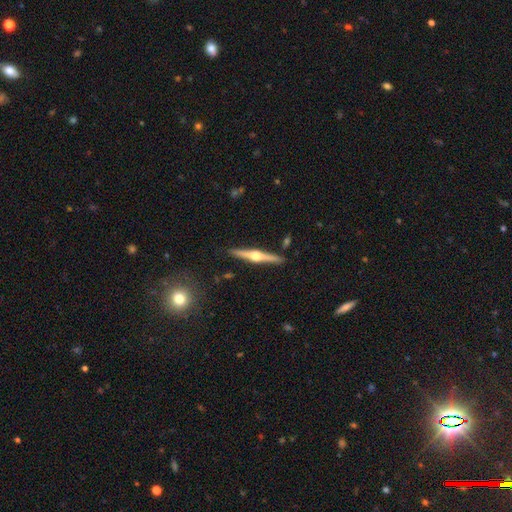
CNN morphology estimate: Smooth or featured?
  - featured or disk: 78% *
  - smooth: 17%
  - star or artifact: 5%
Edge-on disk?
  - yes: 98% *
  - no: 2%
Edge-on bulge?
  - rounded: 95% *
  - boxy: 3%
  - none: 2%
Merging?
  - none: 90% *
  - minor disturbance: 7%
  - merger: 2%
  - major disturbance: 1%